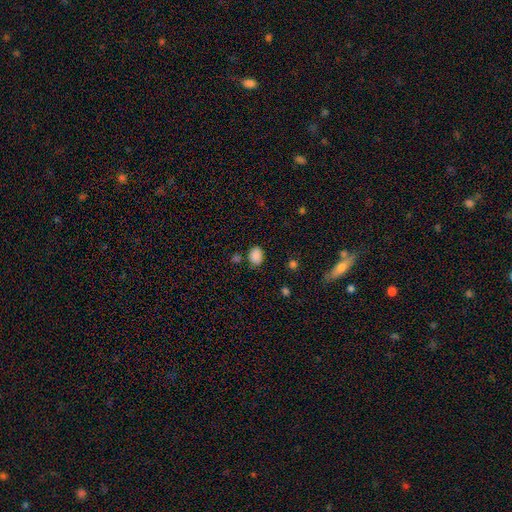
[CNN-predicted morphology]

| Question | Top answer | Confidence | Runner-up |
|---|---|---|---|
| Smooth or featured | smooth | 86% | star or artifact (10%) |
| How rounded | in between | 69% | round (30%) |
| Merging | none | 78% | minor disturbance (13%) |